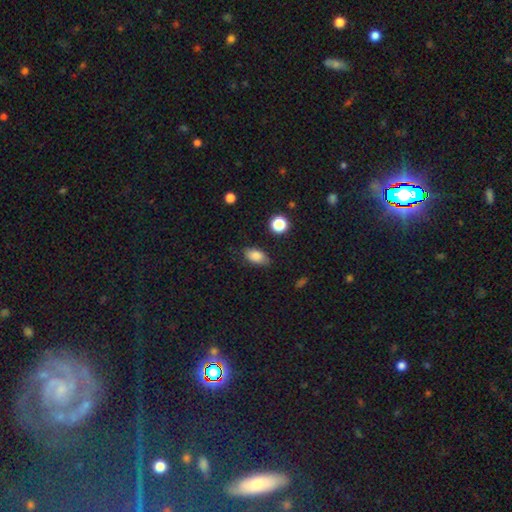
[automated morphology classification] Smooth or featured? Predicted: smooth (p=0.84). How rounded? Predicted: in between (p=0.87). Merging? Predicted: none (p=0.78).